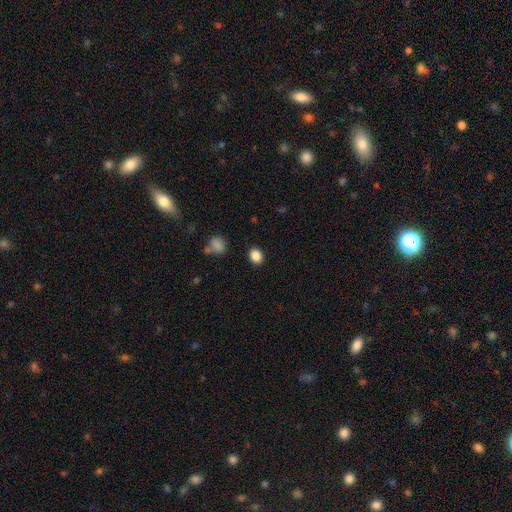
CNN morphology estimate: A smooth galaxy with no disk features (87%) that is in between round and cigar-shaped (59%).

Vote fractions:
- Smooth or featured? smooth: 87% / star or artifact: 10% / featured or disk: 4%
- How rounded? in between: 59% / round: 39% / cigar-shaped: 1%
- Merging? none: 88% / minor disturbance: 8% / major disturbance: 3% / merger: 2%